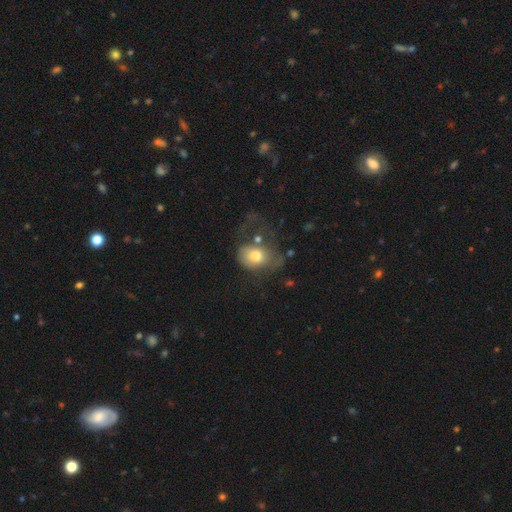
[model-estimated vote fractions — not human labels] smooth_or_featured: smooth (p=0.70) [alt: featured or disk p=0.21]
how_rounded: in between (p=0.61) [alt: round p=0.37]
merging: major disturbance (p=0.45) [alt: none p=0.23]